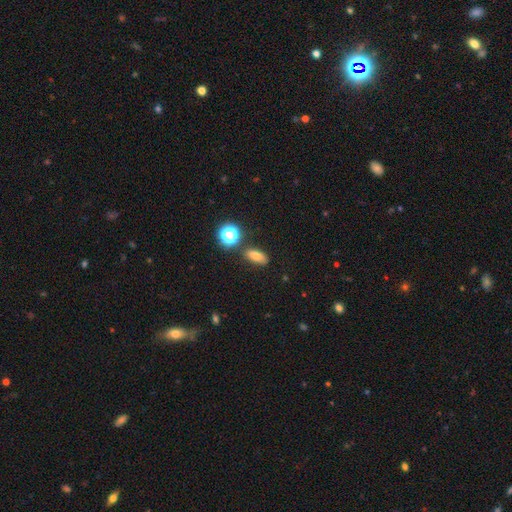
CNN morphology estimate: The model was most divided on "smooth or featured": smooth: 74%, star or artifact: 17%, featured or disk: 9%. More confident: merging — none (79%); how rounded — in between (73%).